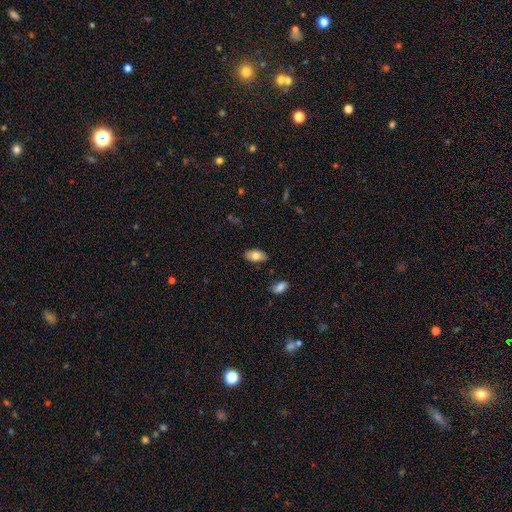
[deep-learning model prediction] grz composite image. It shows a smooth galaxy with no disk features (76%) that is in between round and cigar-shaped (94%). Merging: none (86%).